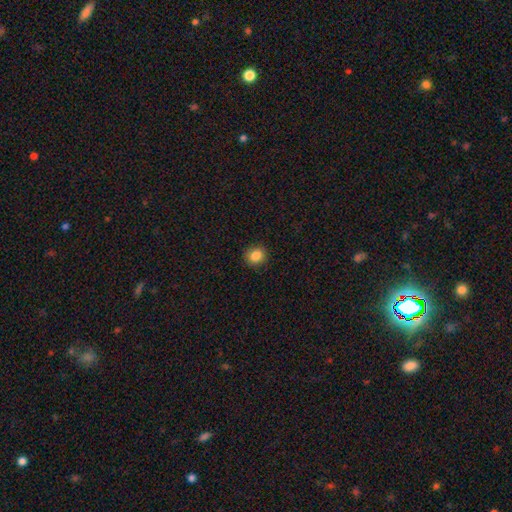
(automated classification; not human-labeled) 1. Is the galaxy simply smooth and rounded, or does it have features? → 85% smooth, 10% star or artifact, 5% featured or disk.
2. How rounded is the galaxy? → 81% round, 18% in between, 1% cigar-shaped.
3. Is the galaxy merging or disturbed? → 90% none, 7% minor disturbance, 2% major disturbance, 1% merger.